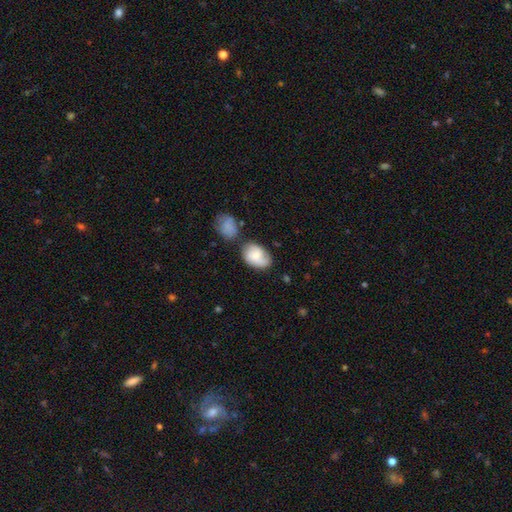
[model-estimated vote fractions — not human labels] smooth_or_featured: smooth (p=0.56) [alt: featured or disk p=0.37]
how_rounded: in between (p=0.79) [alt: round p=0.20]
merging: none (p=0.51) [alt: minor disturbance p=0.26]